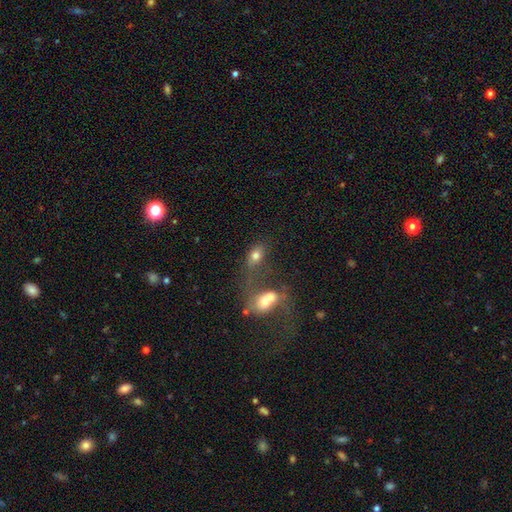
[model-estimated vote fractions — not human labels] The model was most divided on "merging": merger: 49%, none: 30%, major disturbance: 11%, minor disturbance: 11%. More confident: how rounded — in between (77%); smooth or featured — smooth (71%).